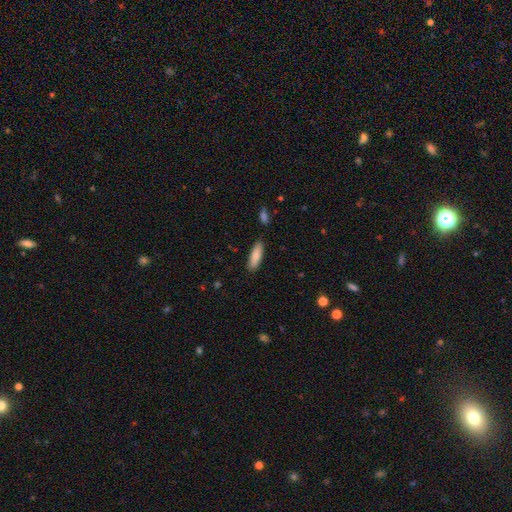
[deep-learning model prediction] Smooth or featured?
  - smooth: 87% *
  - featured or disk: 7%
  - star or artifact: 6%
How rounded?
  - cigar-shaped: 57% *
  - in between: 42%
  - round: 1%
Merging?
  - none: 87% *
  - minor disturbance: 9%
  - merger: 2%
  - major disturbance: 2%